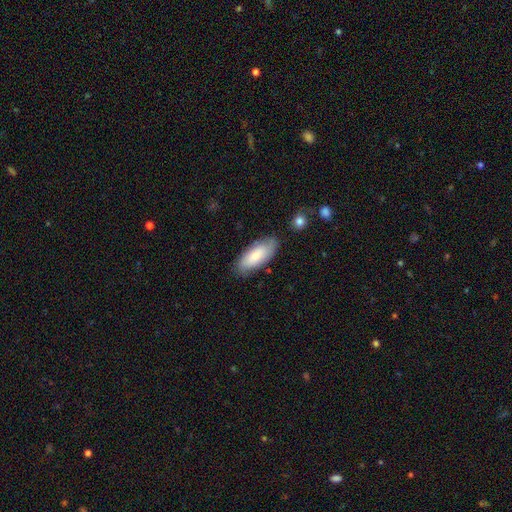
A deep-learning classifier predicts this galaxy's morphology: This appears to be a smooth galaxy with no disk features (78%) that is in between round and cigar-shaped (82%). Merging: none (79%).